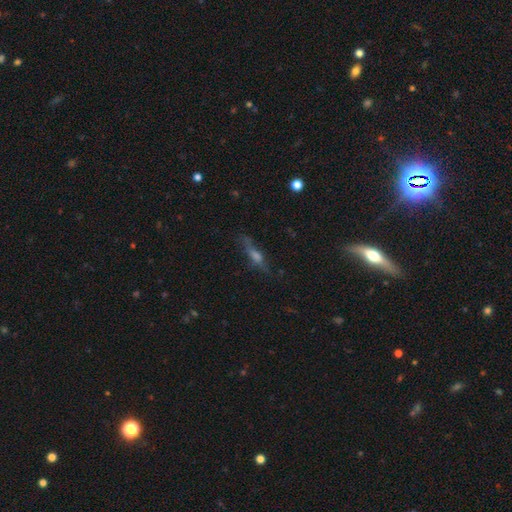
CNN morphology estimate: Overall: featured or disk (52%; smooth 31%). Edge-on disk: yes (82%). Merging: none (70%).